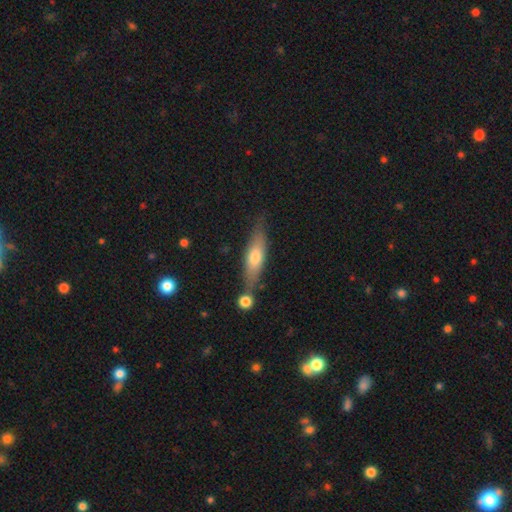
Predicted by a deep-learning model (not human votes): This is possibly a smooth galaxy (52%). How rounded: likely cigar-shaped (70%). Merging: likely none (75%).